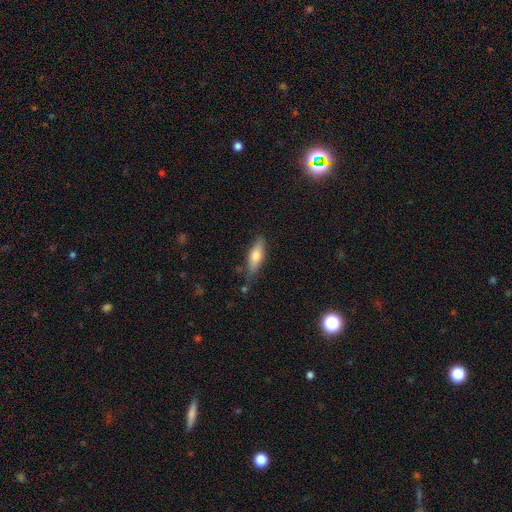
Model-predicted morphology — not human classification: Smooth or featured? Predicted: smooth (p=0.70). How rounded? Predicted: in between (p=0.55). Merging? Predicted: none (p=0.70).